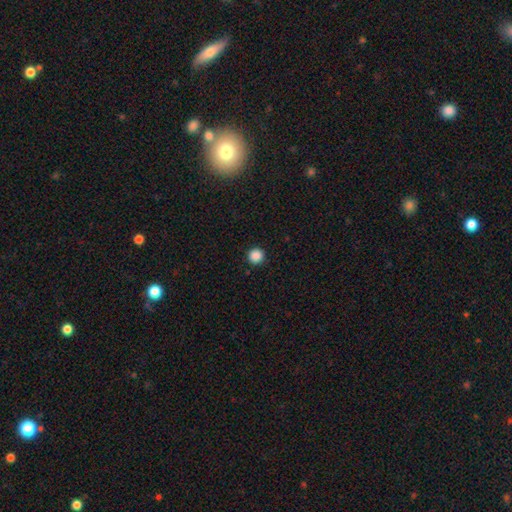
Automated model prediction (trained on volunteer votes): A smooth galaxy with no disk features (88%) that is round (96%). Merging: none (93%).